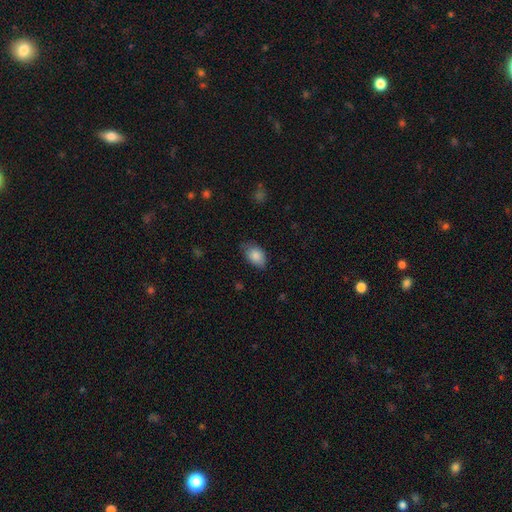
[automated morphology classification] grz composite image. It shows a smooth galaxy with no disk features (86%) that is in between round and cigar-shaped (87%). Merging: none (68%).